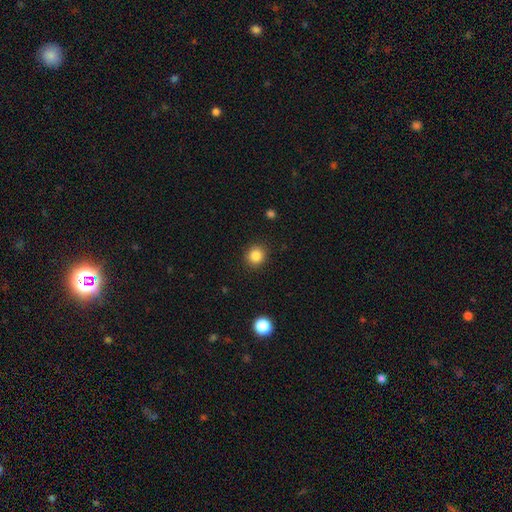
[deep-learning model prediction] Smooth or featured? smooth (84%)
How rounded? round (91%)
Merging? none (91%)